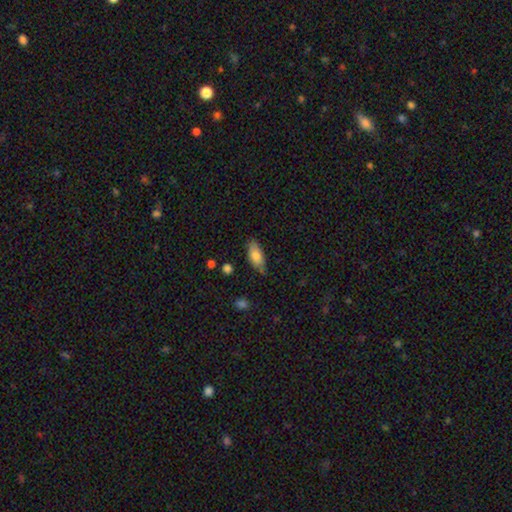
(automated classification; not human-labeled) This appears to be a smooth galaxy with no disk features (80%) that is in between round and cigar-shaped (83%). Merging: none (69%).